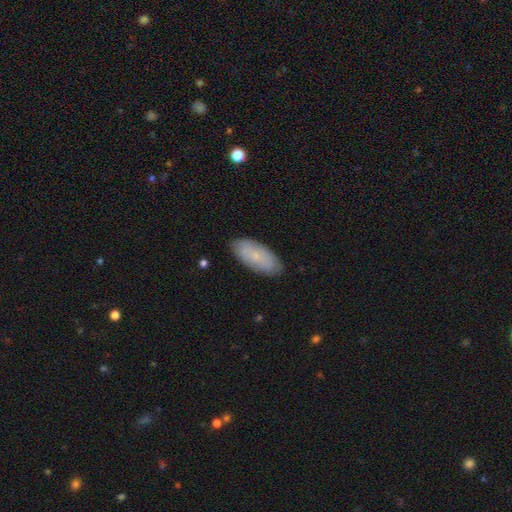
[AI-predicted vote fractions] Q: Smooth or featured?
A: smooth (66%); runner-up: featured or disk (27%)
Q: How rounded?
A: in between (89%); runner-up: cigar-shaped (9%)
Q: Merging?
A: none (85%); runner-up: minor disturbance (12%)